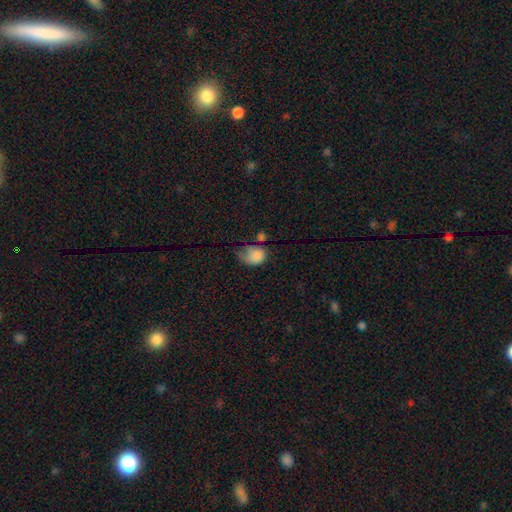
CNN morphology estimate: smooth 77%, featured or disk 14%, star or artifact 9%. Down the decision tree: how rounded — round (50%); merging — minor disturbance (33%, tied with major disturbance).